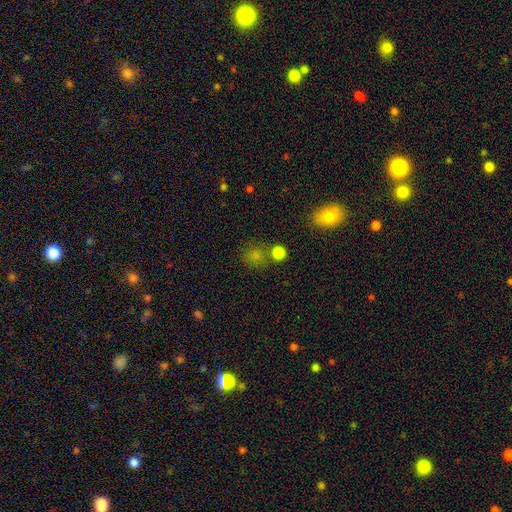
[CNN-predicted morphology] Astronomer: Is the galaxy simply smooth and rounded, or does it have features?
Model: smooth — 75%.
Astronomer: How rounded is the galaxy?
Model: round — 83%.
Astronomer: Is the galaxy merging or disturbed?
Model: none — 63%.